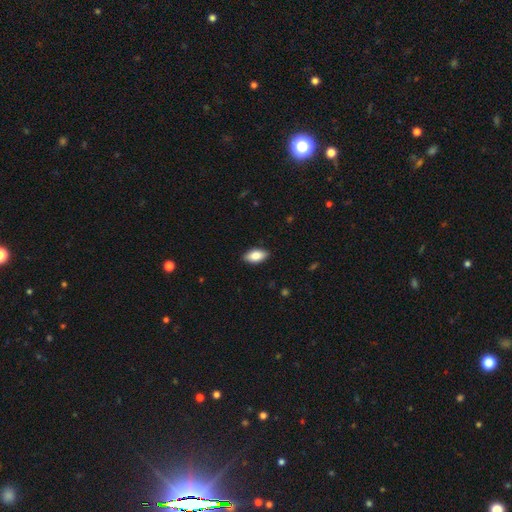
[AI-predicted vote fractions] Overall: smooth (84%). How rounded: in between (92%). Merging: none (88%).